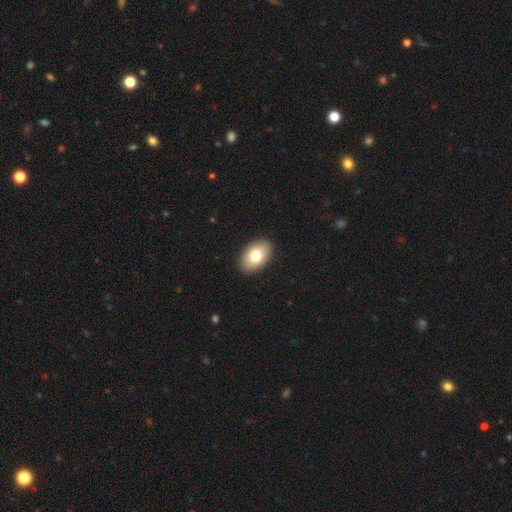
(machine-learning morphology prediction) Q: Smooth or featured?
A: smooth (79%); runner-up: featured or disk (14%)
Q: How rounded?
A: in between (91%); runner-up: round (8%)
Q: Merging?
A: none (90%); runner-up: minor disturbance (7%)